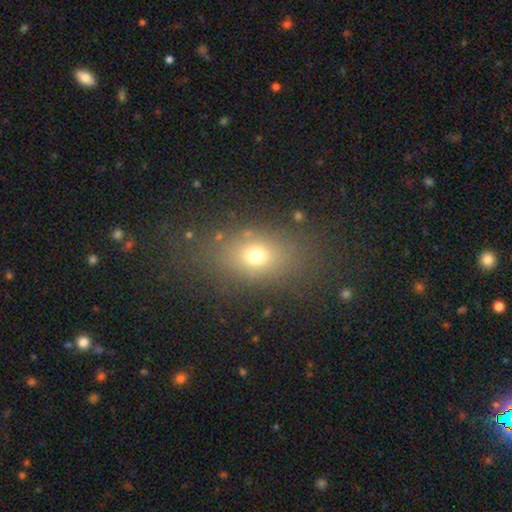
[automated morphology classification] Smooth or featured: smooth — 69% (star or artifact — 16%)
How rounded: in between — 70% (round — 27%)
Merging: none — 77% (minor disturbance — 12%)